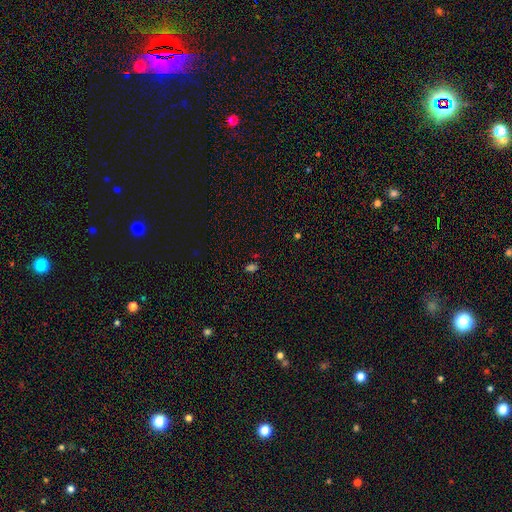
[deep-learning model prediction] A smooth galaxy with no disk features (59%) that is in between round and cigar-shaped (80%). Merging: none (73%).